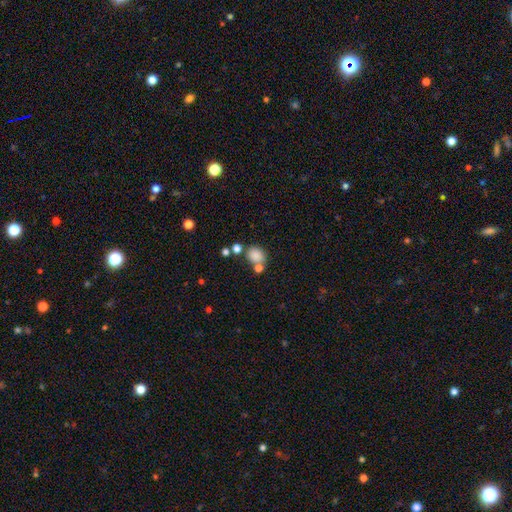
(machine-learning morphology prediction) The model was most divided on "how rounded": round: 64%, in between: 35%, cigar-shaped: 1%. More confident: smooth or featured — smooth (82%); merging — none (58%).